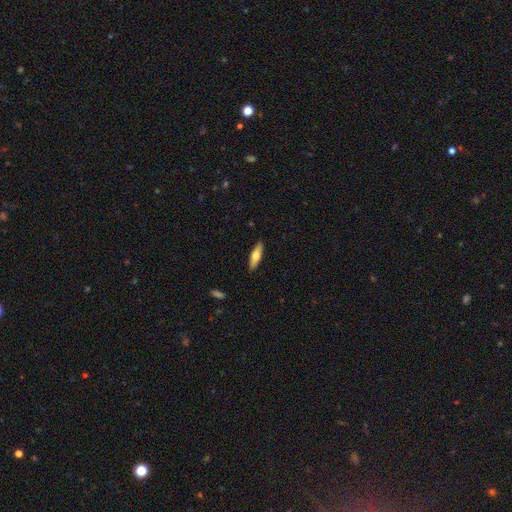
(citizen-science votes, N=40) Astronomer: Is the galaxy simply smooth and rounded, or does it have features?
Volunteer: smooth — 57% (runner-up: featured or disk, 32%).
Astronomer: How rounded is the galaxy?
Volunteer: cigar-shaped — 65%.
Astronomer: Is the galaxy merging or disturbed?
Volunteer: none — 89%.